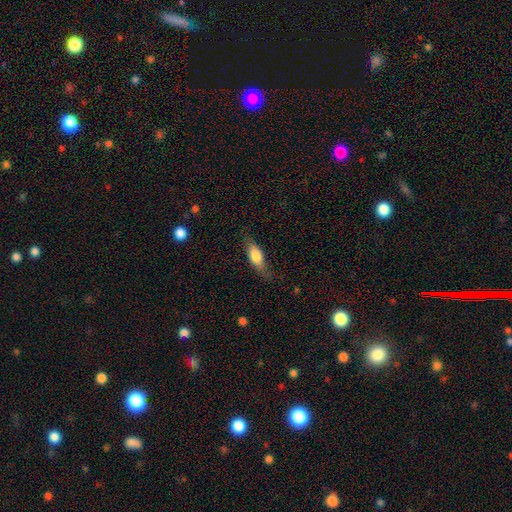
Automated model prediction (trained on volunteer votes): smooth 73%, featured or disk 21%, star or artifact 6%. Down the decision tree: how rounded — in between (69%); merging — none (69%).